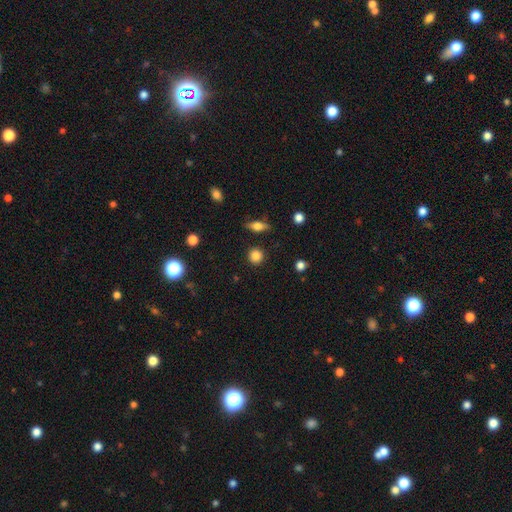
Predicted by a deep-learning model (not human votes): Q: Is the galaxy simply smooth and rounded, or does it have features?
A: smooth — 84%.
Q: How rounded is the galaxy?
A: round — 90%.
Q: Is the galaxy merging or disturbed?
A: none — 89%.